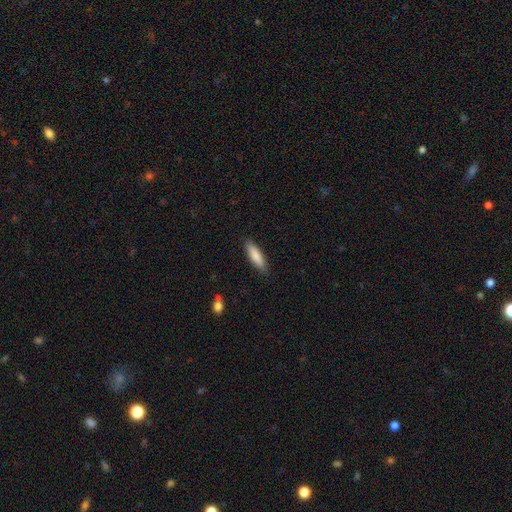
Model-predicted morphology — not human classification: A smooth galaxy with no disk features (84%) that is cigar-shaped (61%). Merging: none (88%).